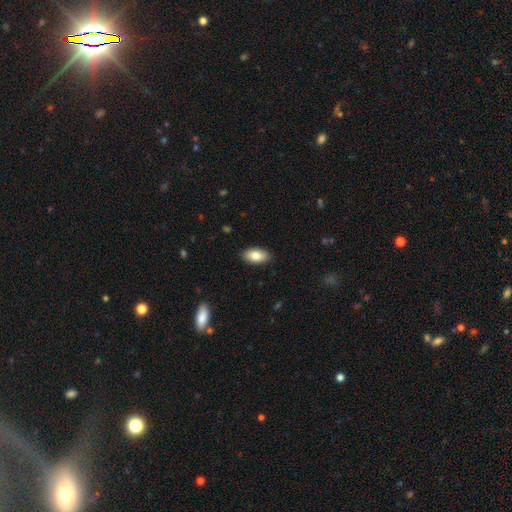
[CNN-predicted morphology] This appears to be a smooth galaxy with no disk features (83%) that is in between round and cigar-shaped (94%). Merging: none (89%).